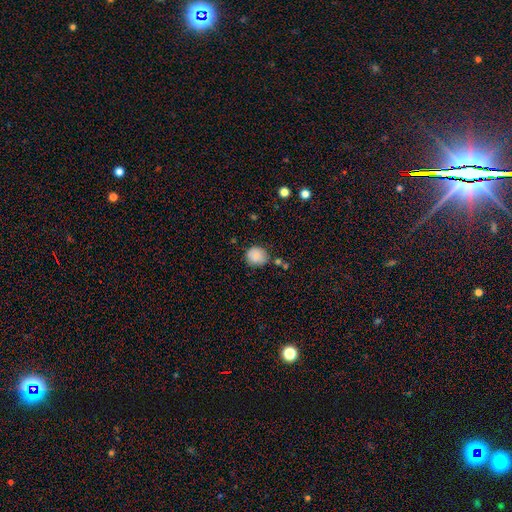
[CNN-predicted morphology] This appears to be a smooth galaxy with no disk features (87%) that is round (83%). Merging: none (74%).